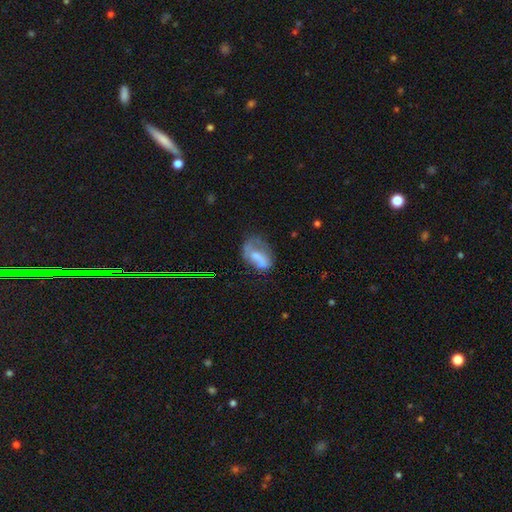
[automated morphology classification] Smooth or featured: featured or disk — 47% (smooth — 39%)
Merging: none — 35% (major disturbance — 29%)